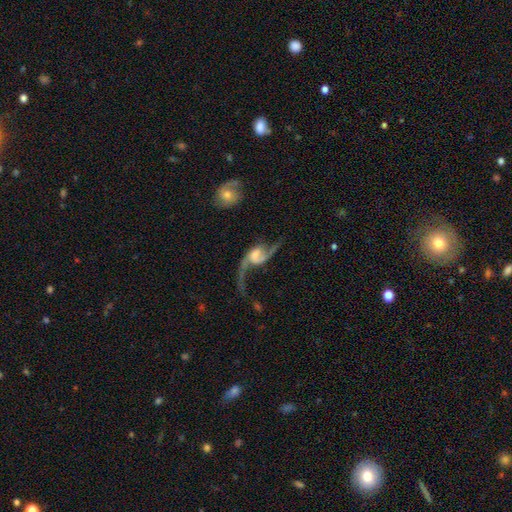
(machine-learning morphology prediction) type=featured or disk (87%); edge-on=no (97%); bar=no (47%); spiral arms=yes (95%); winding=loose (85%); arm count=2 (90%); bulge=moderate (33%); merging=none (45%).